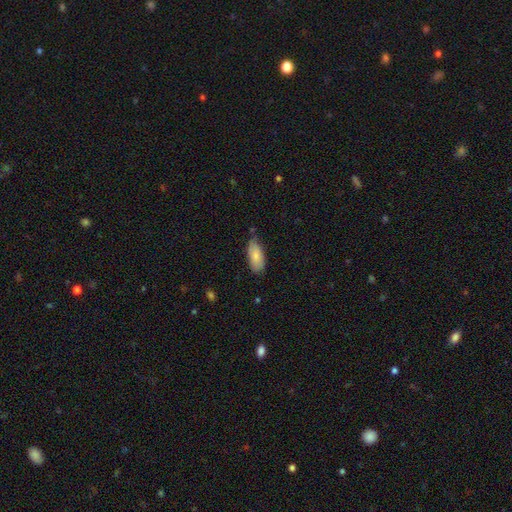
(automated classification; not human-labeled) Smooth or featured?
  - smooth: 82% *
  - featured or disk: 12%
  - star or artifact: 6%
How rounded?
  - in between: 88% *
  - cigar-shaped: 10%
  - round: 2%
Merging?
  - none: 65% *
  - minor disturbance: 28%
  - major disturbance: 4%
  - merger: 3%